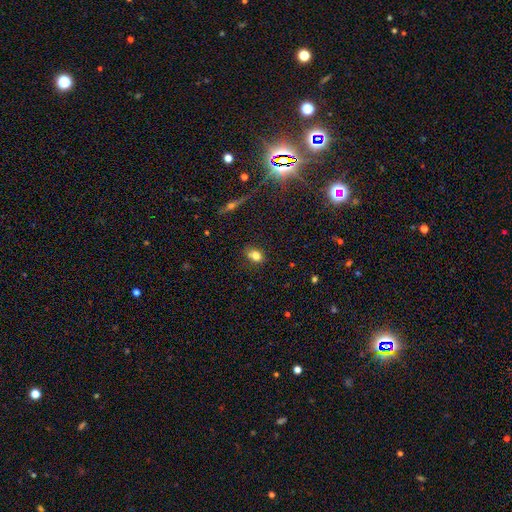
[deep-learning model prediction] Smooth or featured? smooth (78%)
How rounded? in between (68%)
Merging? none (70%)